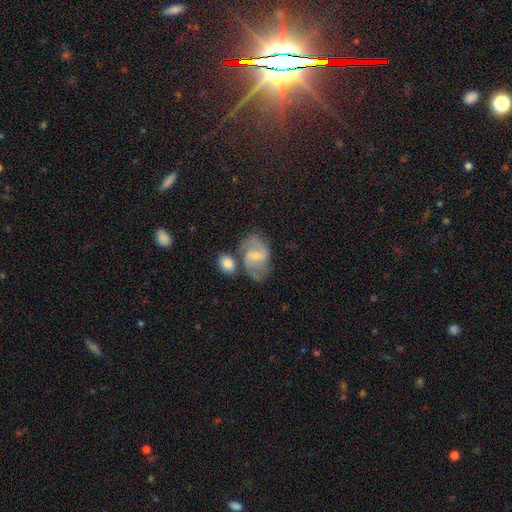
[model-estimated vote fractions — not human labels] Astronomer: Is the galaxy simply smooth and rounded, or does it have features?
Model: featured or disk — 80%.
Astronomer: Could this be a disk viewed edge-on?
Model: no — 97%.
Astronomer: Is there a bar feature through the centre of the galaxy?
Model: weak — 57%.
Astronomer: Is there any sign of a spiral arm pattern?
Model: yes — 94%.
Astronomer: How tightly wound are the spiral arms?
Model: medium — 54%.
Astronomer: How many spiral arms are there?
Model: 2 — 82%.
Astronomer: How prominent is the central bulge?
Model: small — 59%.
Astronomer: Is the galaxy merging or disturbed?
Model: none — 57%.